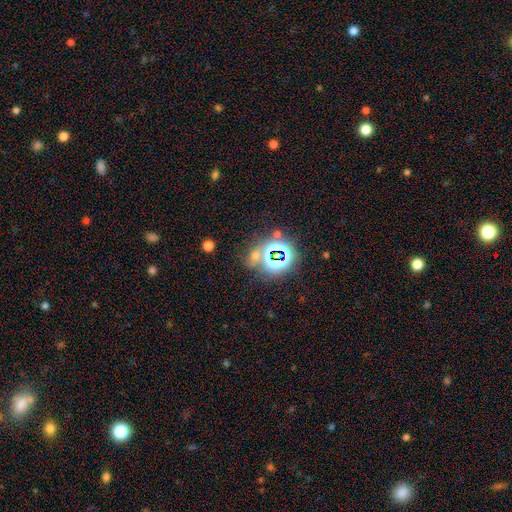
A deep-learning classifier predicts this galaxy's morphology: Smooth or featured? star or artifact (59%)